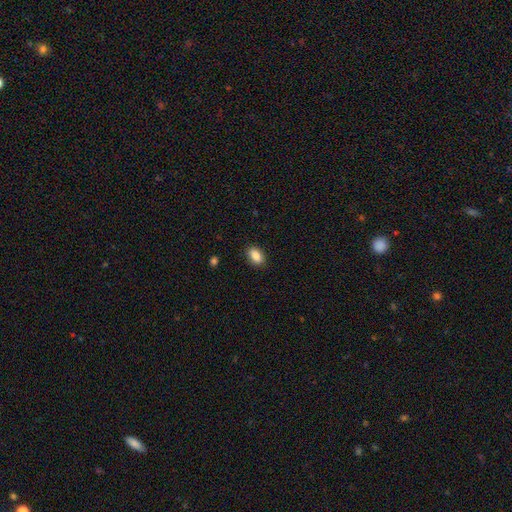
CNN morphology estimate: This appears to be a smooth galaxy with no disk features (88%) that is in between round and cigar-shaped (88%). Merging: none (87%).